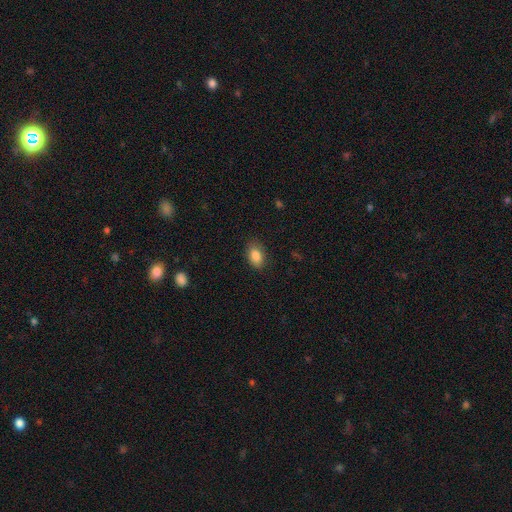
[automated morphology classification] Smooth or featured? Predicted: smooth (p=0.85). How rounded? Predicted: in between (p=0.86). Merging? Predicted: none (p=0.85).